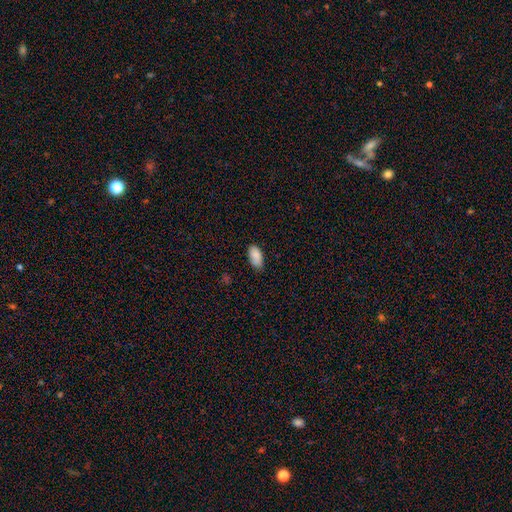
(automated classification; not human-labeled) The model was most divided on "merging": none: 76%, minor disturbance: 20%, major disturbance: 3%, merger: 1%. More confident: how rounded — in between (94%); smooth or featured — smooth (87%).